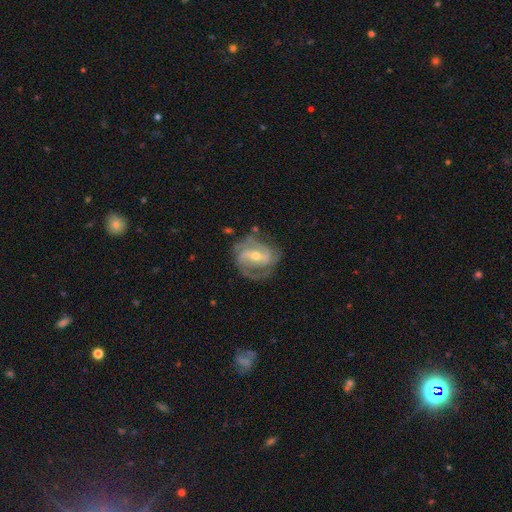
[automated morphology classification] A featured or disk galaxy (87%) with a strong bar (42%), 2 (63%) medium (46%) spiral arms (94%) and a moderate central bulge (55%).

Vote fractions:
- Smooth or featured? featured or disk: 87% / smooth: 8% / star or artifact: 5%
- Edge-on disk? no: 97% / yes: 3%
- Bar? strong: 42% / weak: 41% / no: 17%
- Spiral arms? yes: 94% / no: 6%
- Spiral winding? medium: 46% / tight: 39% / loose: 16%
- Spiral arm count? 2: 63% / 3: 15% / can't tell: 12% / 1: 5% / 4: 3% / more than 4: 2%
- Bulge size? moderate: 55% / small: 41% / large: 2% / none: 1% / dominant: 1%
- Merging? none: 66% / minor disturbance: 20% / major disturbance: 12% / merger: 2%